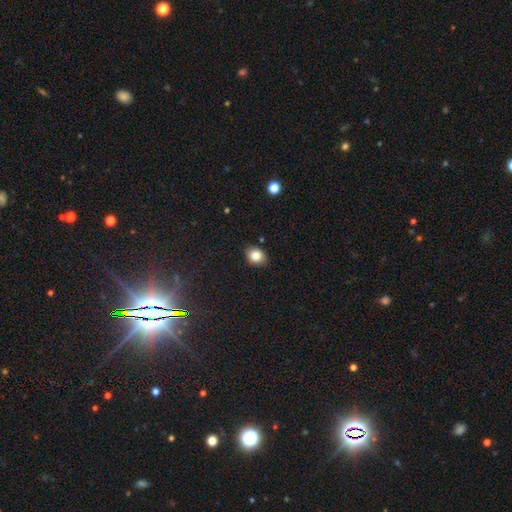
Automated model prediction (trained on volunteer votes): Q: Smooth or featured?
A: smooth (83%); runner-up: star or artifact (10%)
Q: How rounded?
A: in between (57%); runner-up: round (42%)
Q: Merging?
A: none (87%); runner-up: minor disturbance (10%)